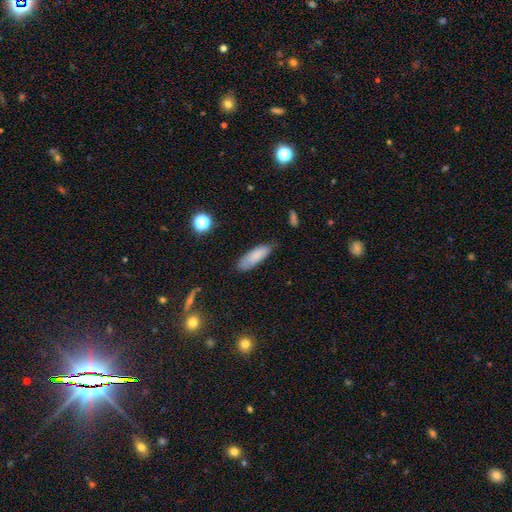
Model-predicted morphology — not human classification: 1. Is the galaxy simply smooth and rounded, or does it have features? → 83% smooth, 9% featured or disk, 8% star or artifact.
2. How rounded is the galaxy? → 53% in between, 45% cigar-shaped, 2% round.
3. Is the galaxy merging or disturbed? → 74% none, 20% minor disturbance, 4% major disturbance, 2% merger.